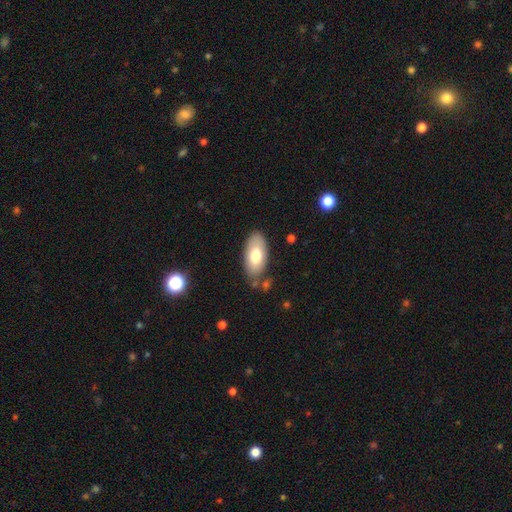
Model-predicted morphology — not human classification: type=smooth (74%); roundness=in between (93%); merging=none (78%).